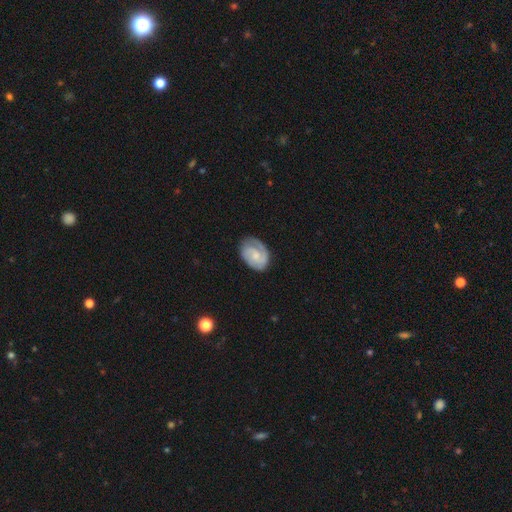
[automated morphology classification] featured or disk 72%, smooth 23%, star or artifact 5%. Down the decision tree: edge-on disk — no (97%); bar — no (62%); spiral arms — yes (94%); spiral arm count — 2 (63%); spiral winding — tight (54%); bulge size — small (51%); merging — none (74%).